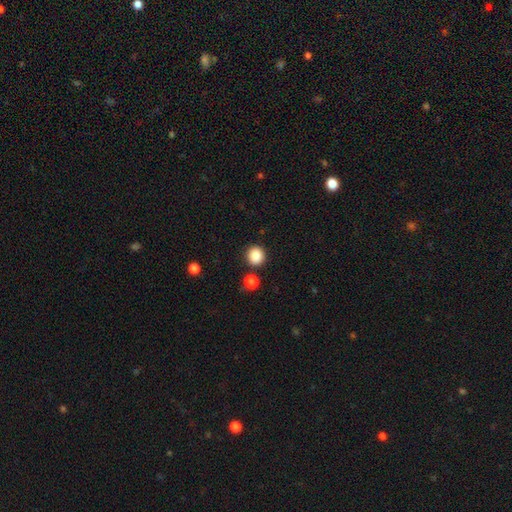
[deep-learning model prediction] Smooth or featured? Predicted: smooth (p=0.87). How rounded? Predicted: round (p=0.92). Merging? Predicted: none (p=0.87).